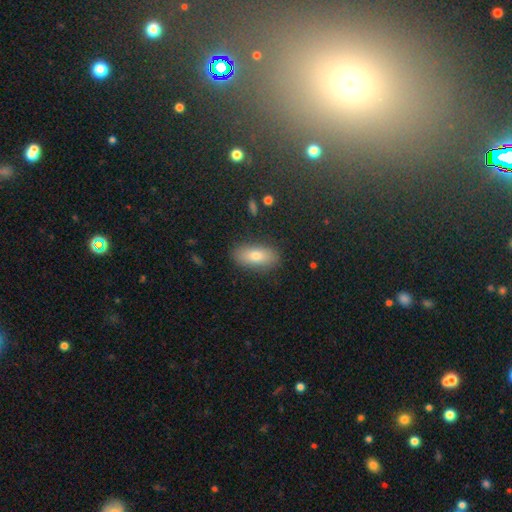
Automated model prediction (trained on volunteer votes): Smooth or featured? smooth (75%)
How rounded? in between (86%)
Merging? none (86%)